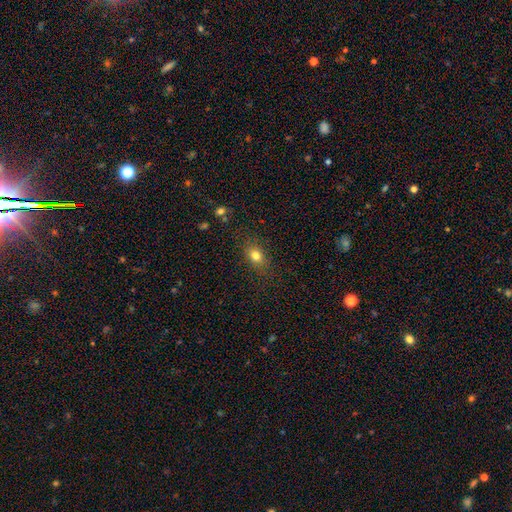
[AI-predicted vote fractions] smooth 79%, star or artifact 12%, featured or disk 9%. Down the decision tree: how rounded — in between (68%); merging — none (82%).